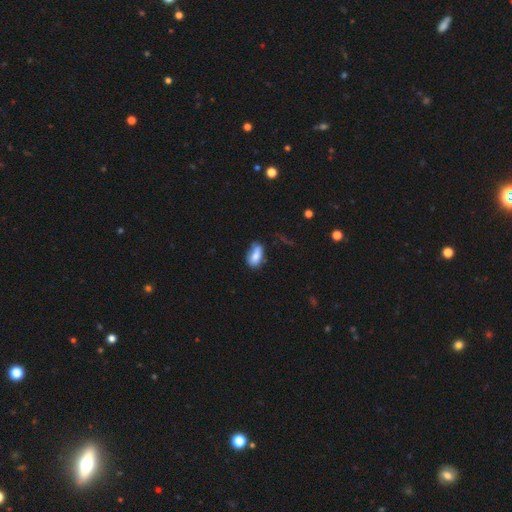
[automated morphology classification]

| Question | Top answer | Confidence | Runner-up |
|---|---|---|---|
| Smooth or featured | smooth | 77% | featured or disk (15%) |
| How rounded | in between | 90% | round (6%) |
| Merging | none | 50% | minor disturbance (33%) |